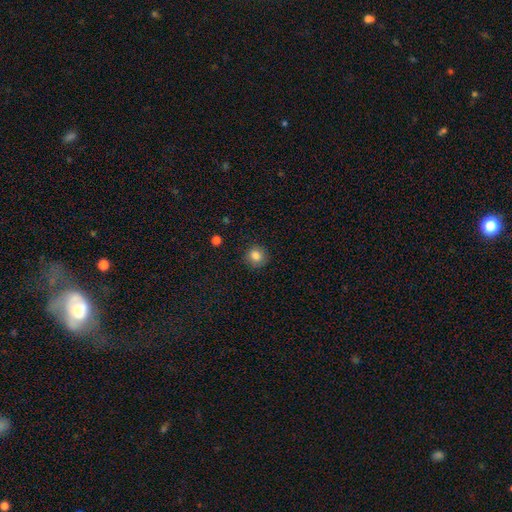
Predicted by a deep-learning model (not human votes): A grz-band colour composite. It shows a smooth galaxy with no disk features (84%) that is round (89%). Merging: none (88%).